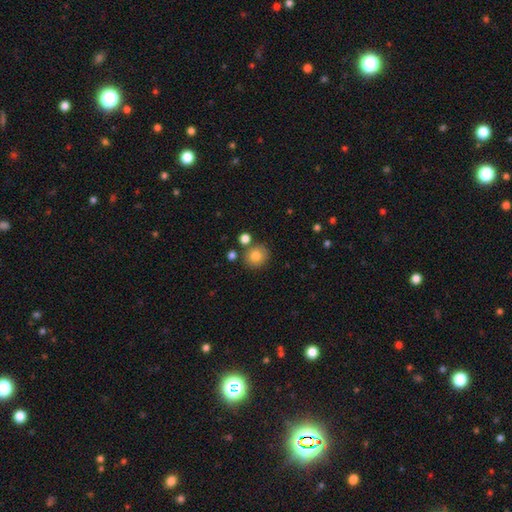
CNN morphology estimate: The model was most divided on "merging": none: 78%, merger: 11%, minor disturbance: 9%, major disturbance: 3%. More confident: how rounded — round (87%); smooth or featured — smooth (80%).